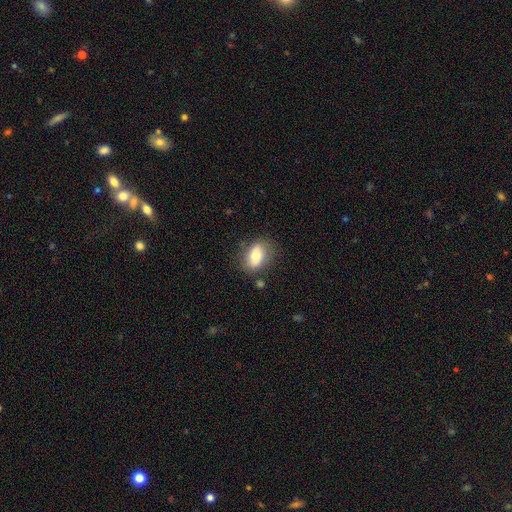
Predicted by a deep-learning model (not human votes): smooth 71%, featured or disk 21%, star or artifact 8%. Down the decision tree: how rounded — in between (83%); merging — none (72%).